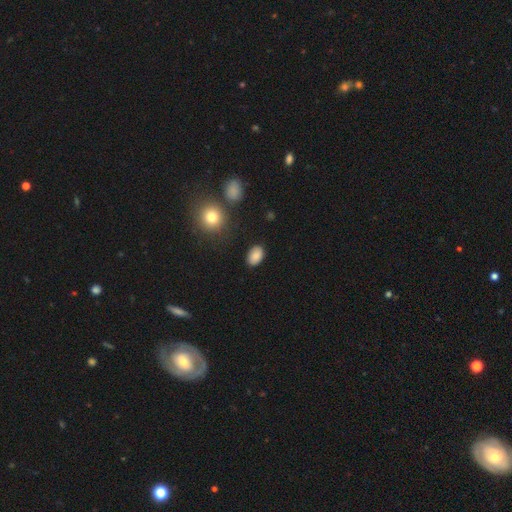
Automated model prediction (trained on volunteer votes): smooth_or_featured: smooth (p=0.86) [alt: star or artifact p=0.09]
how_rounded: in between (p=0.86) [alt: round p=0.12]
merging: none (p=0.87) [alt: minor disturbance p=0.09]